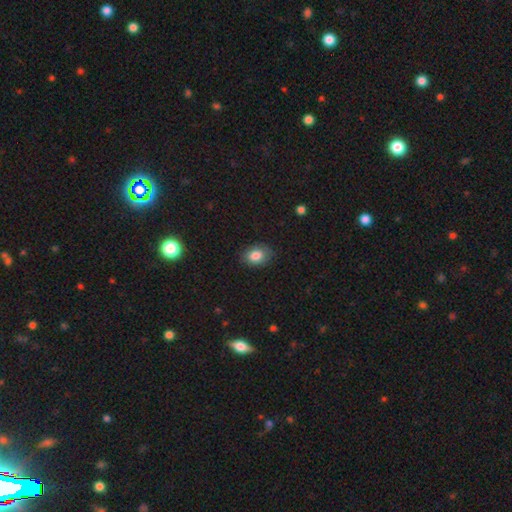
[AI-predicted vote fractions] Smooth or featured? Predicted: smooth (p=0.83). How rounded? Predicted: in between (p=0.73). Merging? Predicted: none (p=0.84).